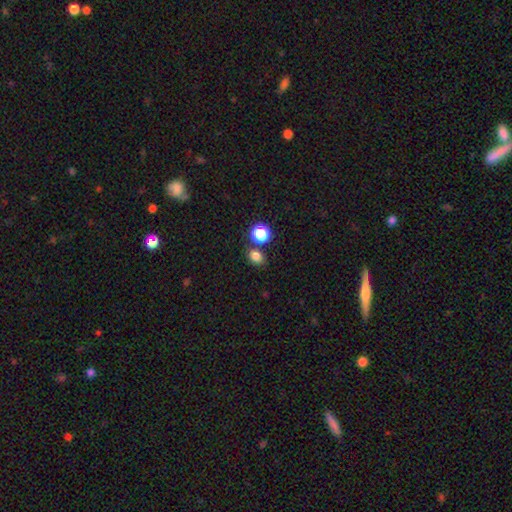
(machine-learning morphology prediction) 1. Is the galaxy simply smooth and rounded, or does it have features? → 78% smooth, 17% star or artifact, 5% featured or disk.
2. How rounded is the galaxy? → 50% in between, 49% round, 1% cigar-shaped.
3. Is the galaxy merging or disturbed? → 75% none, 11% merger, 11% minor disturbance, 3% major disturbance.